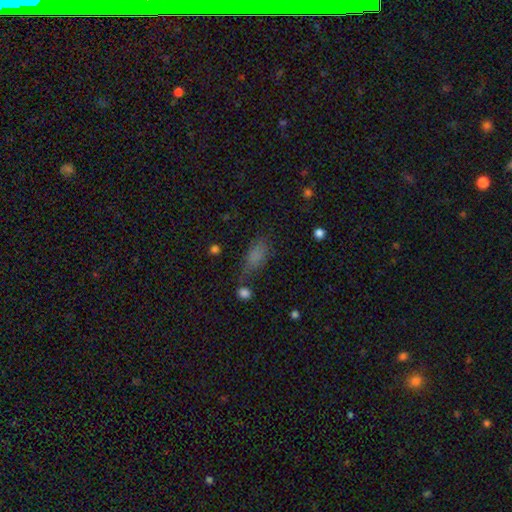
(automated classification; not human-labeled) Smooth or featured?
  - smooth: 77% *
  - star or artifact: 14%
  - featured or disk: 8%
How rounded?
  - in between: 80% *
  - cigar-shaped: 14%
  - round: 5%
Merging?
  - none: 54% *
  - minor disturbance: 25%
  - major disturbance: 12%
  - merger: 9%